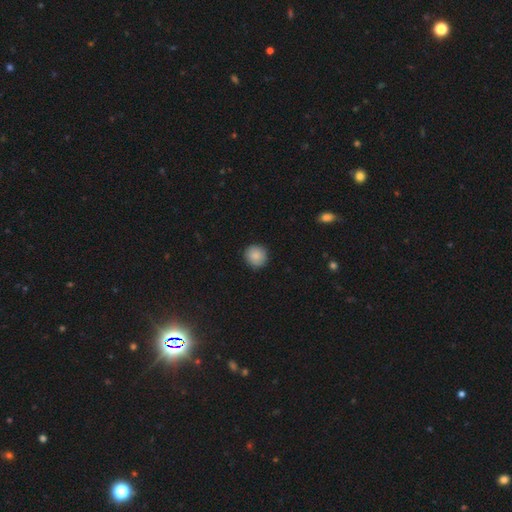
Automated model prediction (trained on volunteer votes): Overall: smooth (87%). How rounded: round (92%). Merging: none (90%).